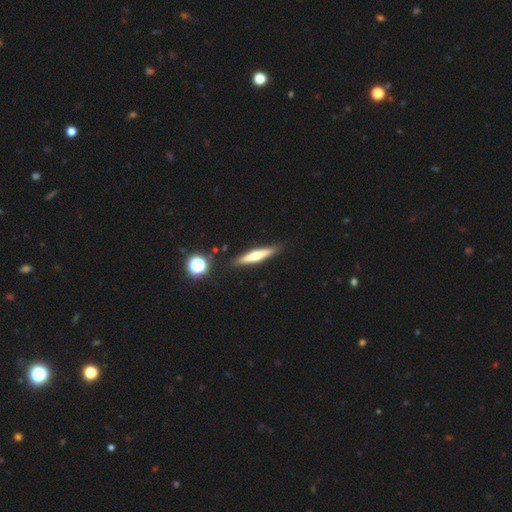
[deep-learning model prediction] This appears to be a featured or disk galaxy (51%) viewed edge-on (95%). Merging: none (88%).